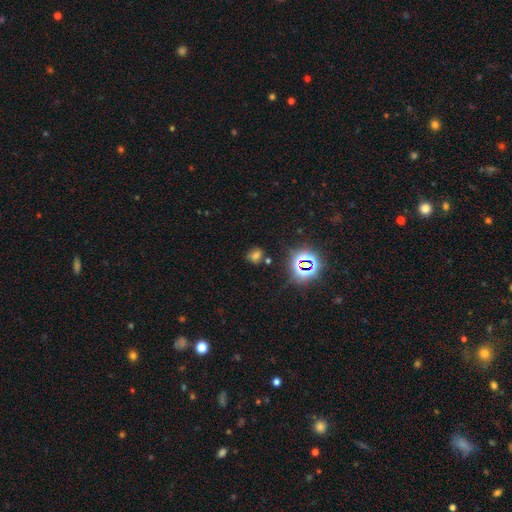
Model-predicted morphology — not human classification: Smooth or featured? Predicted: smooth (p=0.51). How rounded? Predicted: round (p=0.51). Merging? Predicted: none (p=0.73).